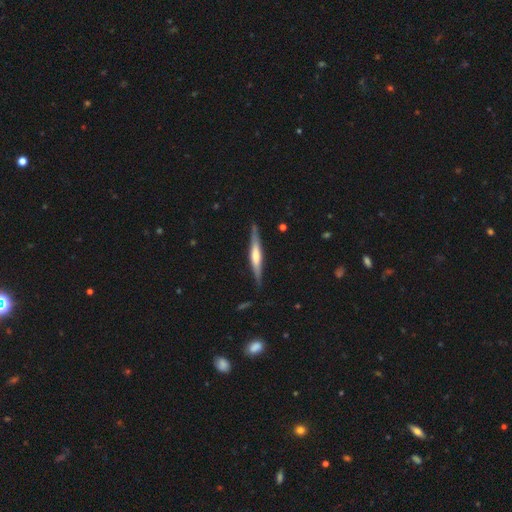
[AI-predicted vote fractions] Smooth or featured?
  - featured or disk: 61% *
  - smooth: 34%
  - star or artifact: 5%
Edge-on disk?
  - yes: 96% *
  - no: 4%
Edge-on bulge?
  - rounded: 54% *
  - boxy: 24%
  - none: 22%
Merging?
  - none: 85% *
  - minor disturbance: 11%
  - major disturbance: 2%
  - merger: 2%